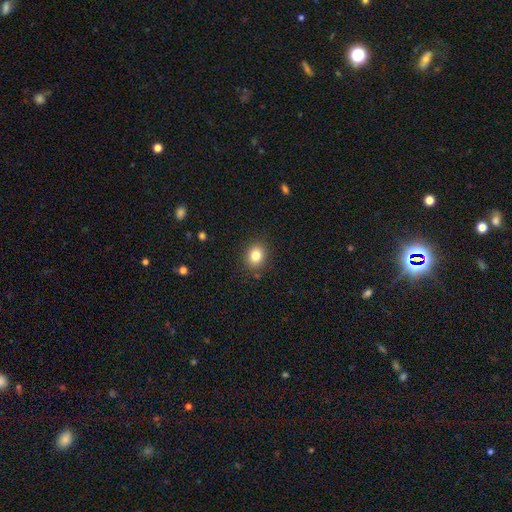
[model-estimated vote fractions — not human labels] Smooth or featured? smooth (82%)
How rounded? round (60%)
Merging? none (88%)